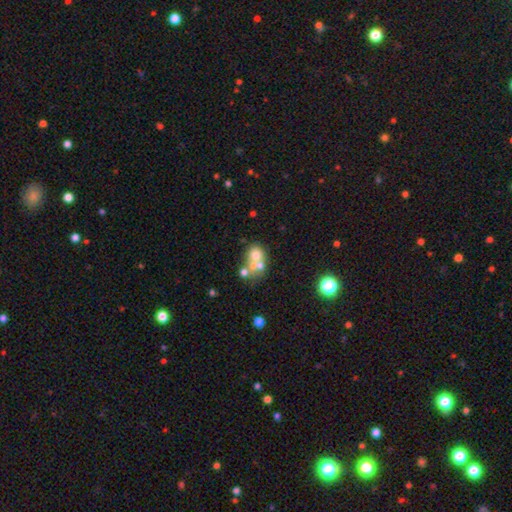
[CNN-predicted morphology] Smooth or featured?
  - smooth: 54% *
  - featured or disk: 31%
  - star or artifact: 16%
How rounded?
  - round: 71% *
  - in between: 28%
  - cigar-shaped: 1%
Merging?
  - merger: 52% *
  - none: 33%
  - minor disturbance: 8%
  - major disturbance: 7%